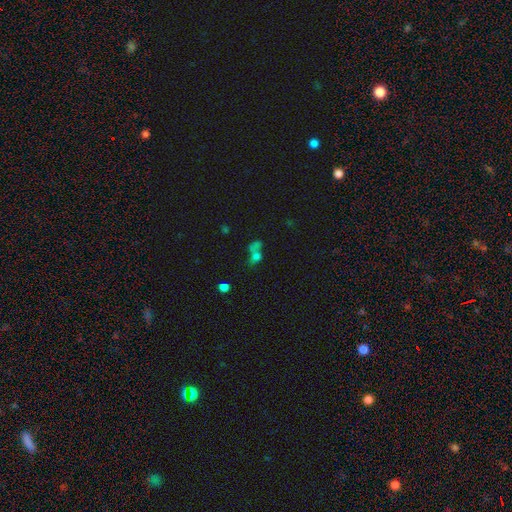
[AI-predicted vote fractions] smooth_or_featured: smooth (p=0.59) [alt: star or artifact p=0.23]
how_rounded: in between (p=0.53) [alt: round p=0.42]
merging: merger (p=0.50) [alt: none p=0.25]